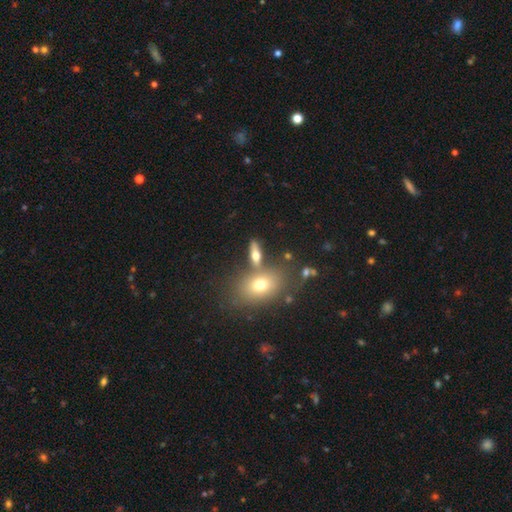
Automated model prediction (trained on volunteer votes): A smooth galaxy with no disk features (57%) that is in between round and cigar-shaped (57%).

Vote fractions:
- Smooth or featured? smooth: 57% / featured or disk: 33% / star or artifact: 10%
- How rounded? in between: 57% / cigar-shaped: 29% / round: 14%
- Merging? none: 64% / merger: 19% / minor disturbance: 12% / major disturbance: 5%